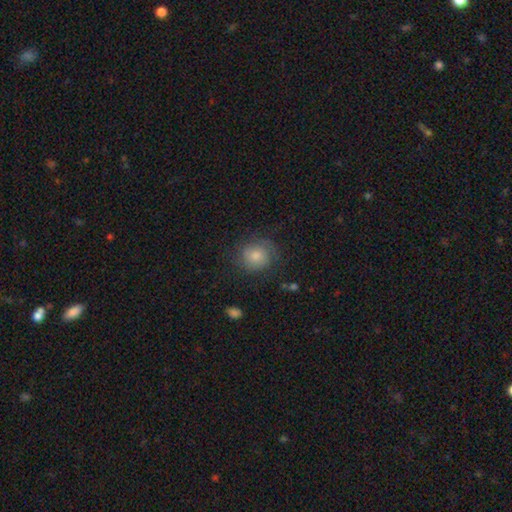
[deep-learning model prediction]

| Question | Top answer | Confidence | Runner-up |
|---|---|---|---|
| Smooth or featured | smooth | 58% | featured or disk (29%) |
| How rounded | round | 79% | in between (20%) |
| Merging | none | 76% | minor disturbance (16%) |